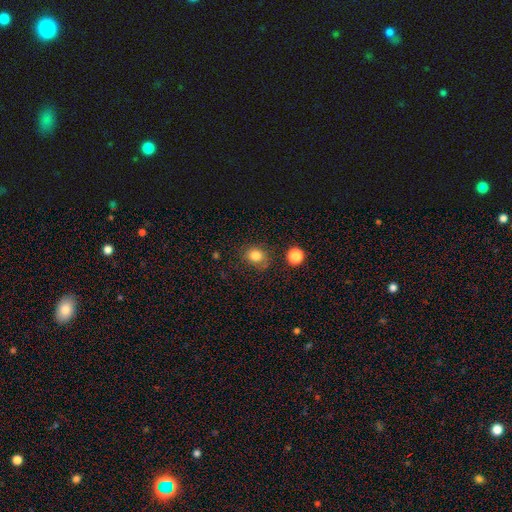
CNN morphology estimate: Smooth or featured? smooth (82%)
How rounded? round (73%)
Merging? none (78%)